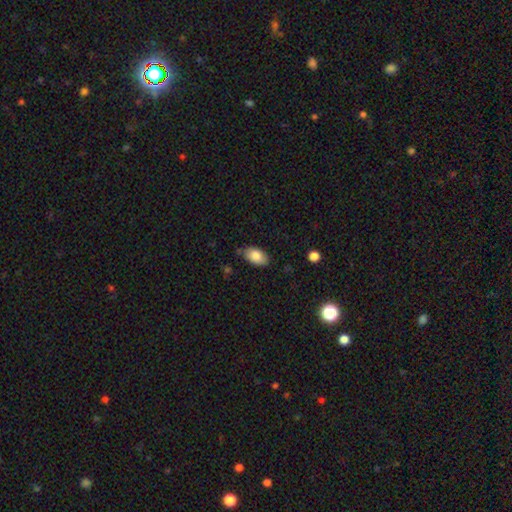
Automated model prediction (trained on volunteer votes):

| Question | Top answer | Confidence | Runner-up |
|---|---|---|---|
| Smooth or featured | smooth | 84% | featured or disk (10%) |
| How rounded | in between | 93% | round (5%) |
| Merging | none | 79% | minor disturbance (16%) |